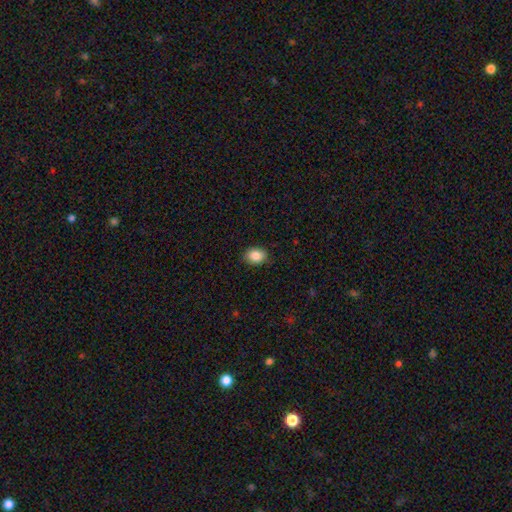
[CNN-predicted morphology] Overall: smooth (87%). How rounded: in between (63%; round 36%). Merging: none (87%).